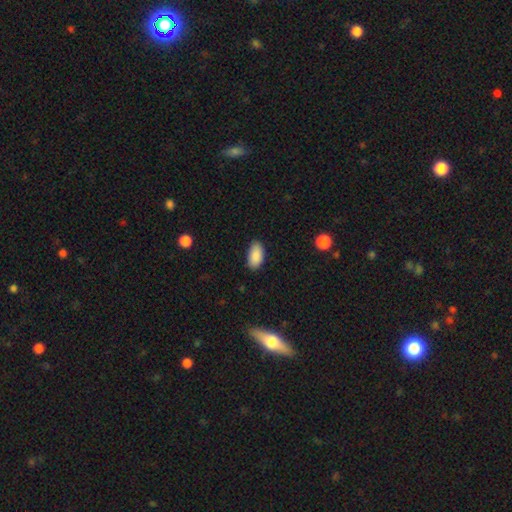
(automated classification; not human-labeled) This appears to be a smooth galaxy with no disk features (89%) that is in between round and cigar-shaped (94%). Merging: none (83%).